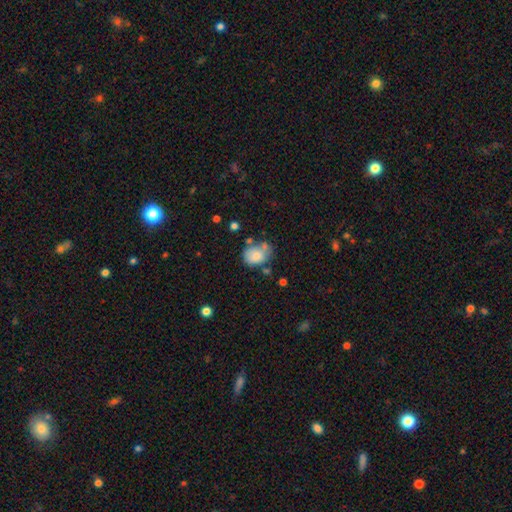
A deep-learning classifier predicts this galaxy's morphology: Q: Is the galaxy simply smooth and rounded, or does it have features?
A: smooth — 74%.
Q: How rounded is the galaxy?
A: in between — 60%.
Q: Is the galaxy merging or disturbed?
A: none — 42%.